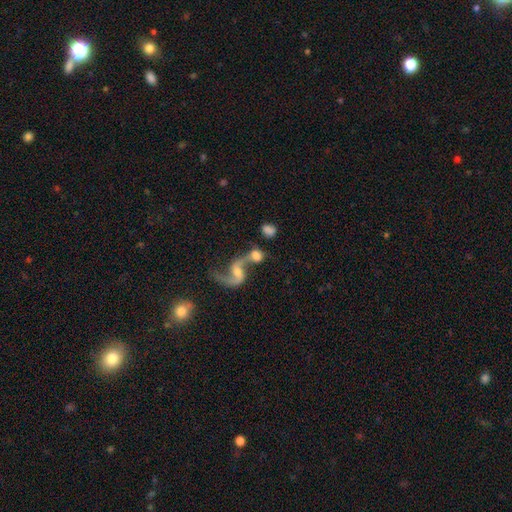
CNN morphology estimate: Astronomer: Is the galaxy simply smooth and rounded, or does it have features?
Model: featured or disk — 59%.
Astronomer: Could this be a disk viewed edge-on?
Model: no — 96%.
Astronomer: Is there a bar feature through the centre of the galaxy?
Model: no — 43% (runner-up: weak, 42%).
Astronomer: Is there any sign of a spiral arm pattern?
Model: yes — 84%.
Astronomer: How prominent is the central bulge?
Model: moderate — 41% (runner-up: small, 33%).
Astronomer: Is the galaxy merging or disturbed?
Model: merger — 50% (runner-up: none, 32%).